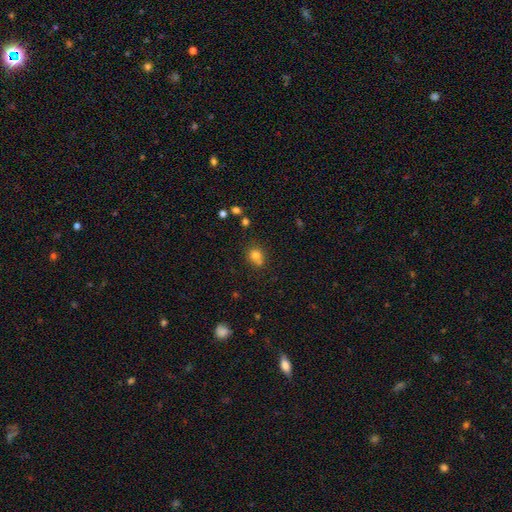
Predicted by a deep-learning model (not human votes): smooth 77%, star or artifact 14%, featured or disk 9%. Down the decision tree: how rounded — round (77%); merging — none (57%).